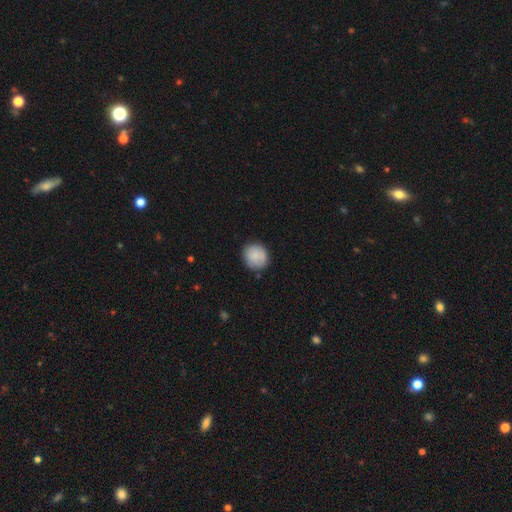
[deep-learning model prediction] smooth-or-featured: smooth: 83% | featured or disk: 10% | star or artifact: 7%
  how-rounded: round: 86% | in between: 13% | cigar-shaped: 1%
  merging: none: 83% | minor disturbance: 13% | major disturbance: 3% | merger: 2%